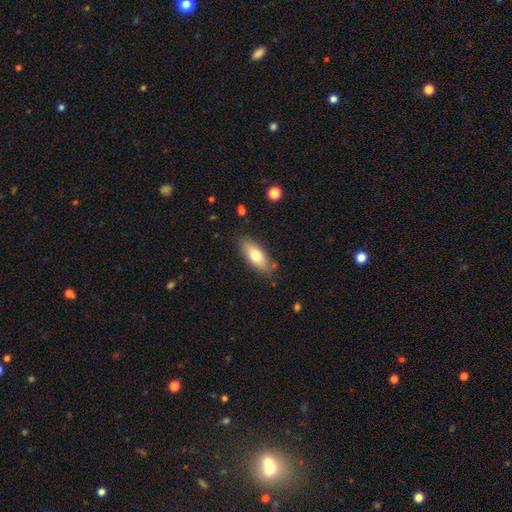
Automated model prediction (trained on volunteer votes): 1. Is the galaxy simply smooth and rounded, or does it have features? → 74% smooth, 19% featured or disk, 7% star or artifact.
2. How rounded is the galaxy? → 80% in between, 18% cigar-shaped, 2% round.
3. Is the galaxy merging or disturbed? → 82% none, 13% minor disturbance, 3% major disturbance, 2% merger.